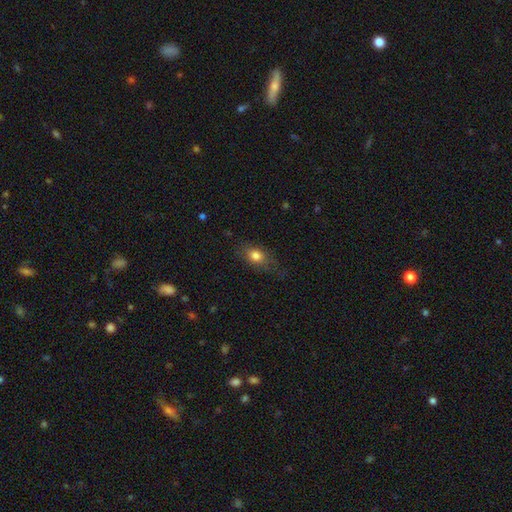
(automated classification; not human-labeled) The model was most divided on "merging": none: 69%, minor disturbance: 22%, major disturbance: 9%, merger: 1%. More confident: smooth or featured — smooth (78%); how rounded — in between (72%).